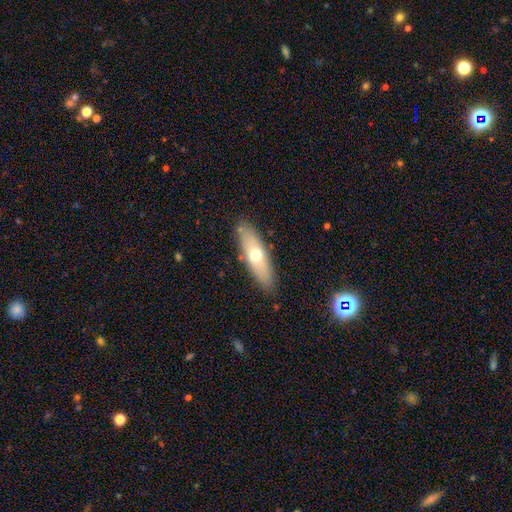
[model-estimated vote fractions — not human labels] Smooth or featured? smooth (59%)
How rounded? in between (51%)
Merging? none (85%)